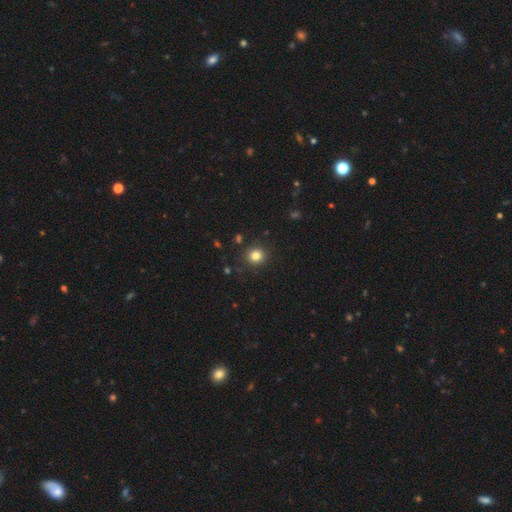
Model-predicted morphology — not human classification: smooth_or_featured: smooth (p=0.82) [alt: star or artifact p=0.12]
how_rounded: round (p=0.88) [alt: in between p=0.11]
merging: none (p=0.89) [alt: minor disturbance p=0.07]